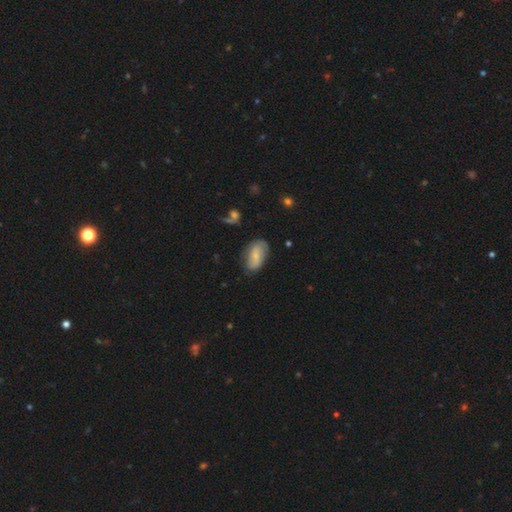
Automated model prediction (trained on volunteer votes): Smooth or featured?
  - smooth: 62% *
  - featured or disk: 31%
  - star or artifact: 7%
How rounded?
  - in between: 92% *
  - round: 5%
  - cigar-shaped: 3%
Merging?
  - none: 67% *
  - minor disturbance: 24%
  - major disturbance: 7%
  - merger: 2%